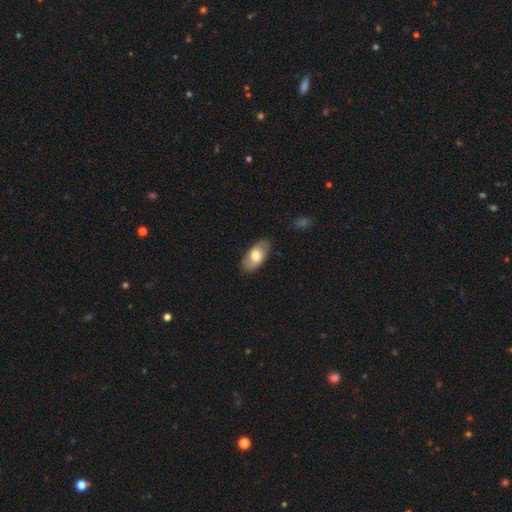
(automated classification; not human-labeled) smooth_or_featured: smooth (p=0.61) [alt: featured or disk p=0.33]
how_rounded: in between (p=0.93) [alt: round p=0.04]
merging: none (p=0.82) [alt: minor disturbance p=0.13]